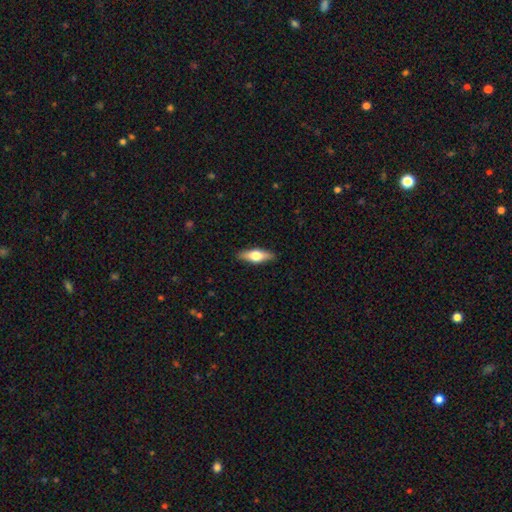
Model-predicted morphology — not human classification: A smooth galaxy with no disk features (55%) that is in between round and cigar-shaped (58%).

Vote fractions:
- Smooth or featured? smooth: 55% / featured or disk: 40% / star or artifact: 6%
- How rounded? in between: 58% / cigar-shaped: 39% / round: 3%
- Merging? none: 89% / minor disturbance: 8% / major disturbance: 2% / merger: 1%